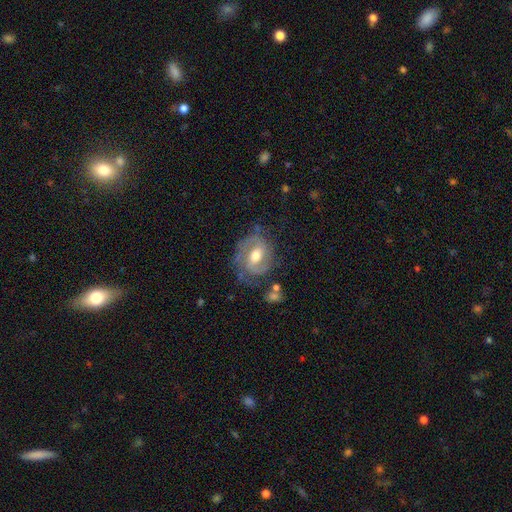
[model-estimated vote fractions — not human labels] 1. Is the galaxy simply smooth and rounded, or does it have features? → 77% featured or disk, 16% smooth, 6% star or artifact.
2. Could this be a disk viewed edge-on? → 96% no, 4% yes.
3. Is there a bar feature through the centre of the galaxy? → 49% weak, 28% no, 23% strong.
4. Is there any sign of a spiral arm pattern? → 87% yes, 13% no.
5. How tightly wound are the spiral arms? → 44% medium, 40% tight, 15% loose.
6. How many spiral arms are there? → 73% 2, 13% can't tell, 5% 1, 5% 3, 2% 4, 1% more than 4.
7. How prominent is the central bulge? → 74% moderate, 13% small, 12% large, 1% none, 1% dominant.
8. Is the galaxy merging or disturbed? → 66% none, 21% minor disturbance, 10% major disturbance, 3% merger.